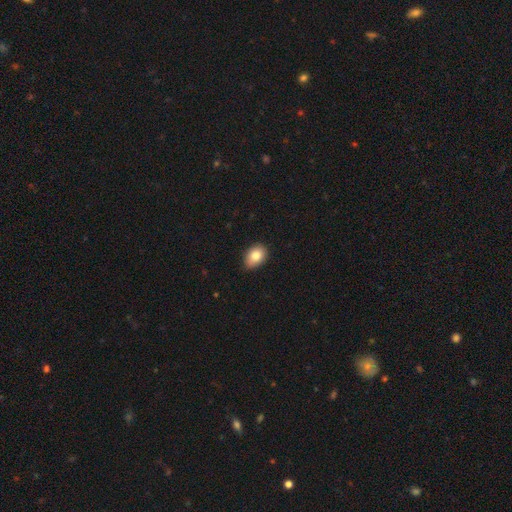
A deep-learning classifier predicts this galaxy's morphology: Overall: smooth (83%). How rounded: in between (78%). Merging: none (81%).